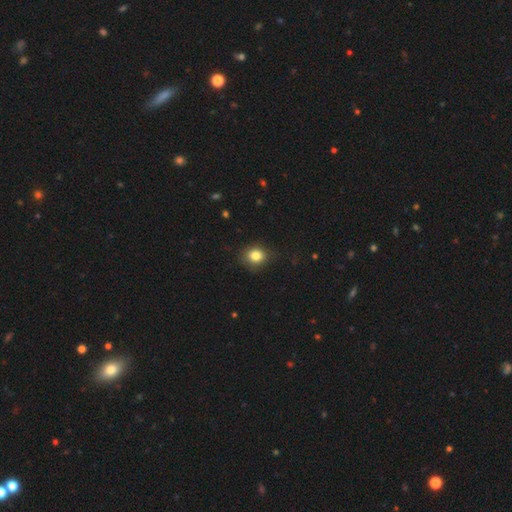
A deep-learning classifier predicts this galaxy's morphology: type=smooth (83%); roundness=round (69%); merging=none (80%).